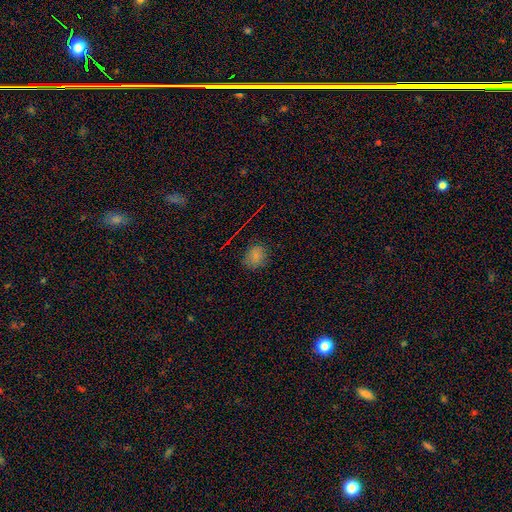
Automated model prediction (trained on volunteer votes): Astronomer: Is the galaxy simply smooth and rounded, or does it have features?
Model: smooth — 73%.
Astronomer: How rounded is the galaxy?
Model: round — 66%.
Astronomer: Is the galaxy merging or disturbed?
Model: none — 82%.